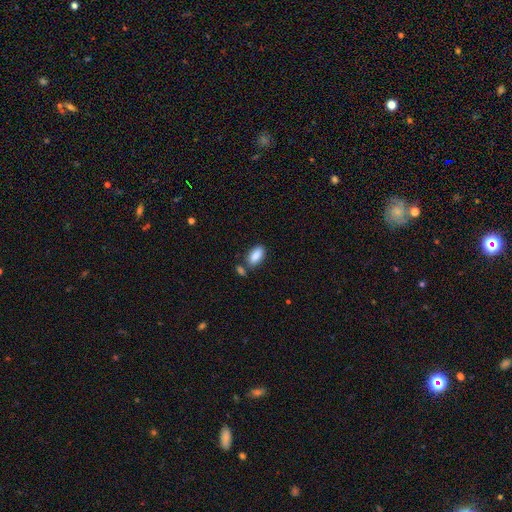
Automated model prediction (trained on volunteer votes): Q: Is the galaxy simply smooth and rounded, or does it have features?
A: smooth — 88%.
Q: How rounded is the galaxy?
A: in between — 92%.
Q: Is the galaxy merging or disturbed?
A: none — 68%.